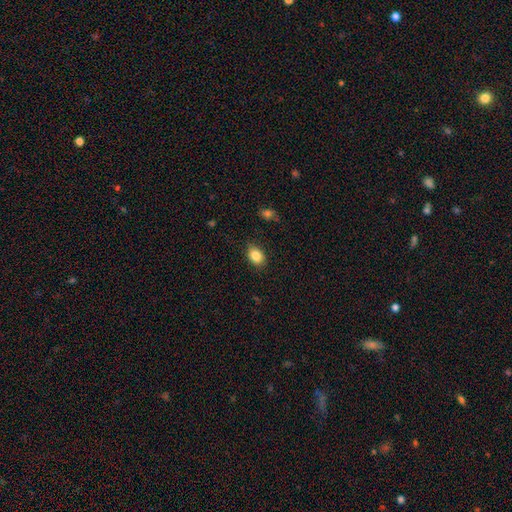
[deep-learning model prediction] Smooth or featured?
  - smooth: 86% *
  - star or artifact: 9%
  - featured or disk: 5%
How rounded?
  - in between: 71% *
  - round: 28%
  - cigar-shaped: 1%
Merging?
  - none: 82% *
  - minor disturbance: 14%
  - major disturbance: 3%
  - merger: 1%